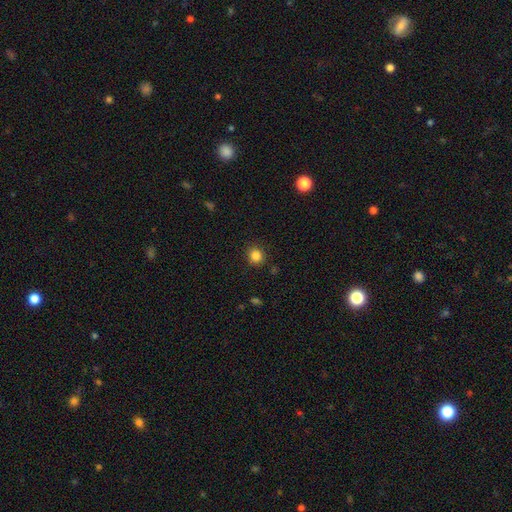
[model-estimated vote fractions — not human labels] Q: Smooth or featured?
A: smooth (84%); runner-up: star or artifact (11%)
Q: How rounded?
A: round (86%); runner-up: in between (13%)
Q: Merging?
A: none (89%); runner-up: minor disturbance (8%)